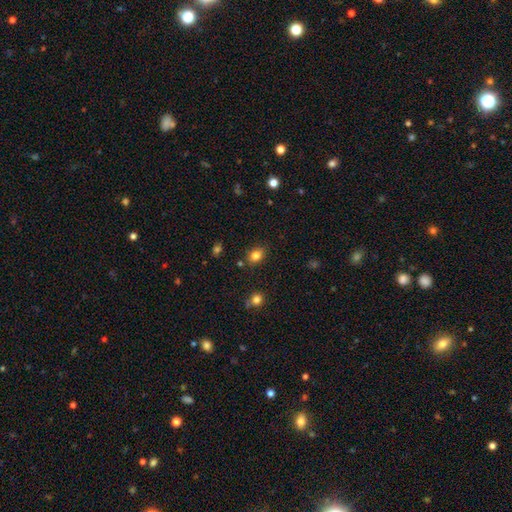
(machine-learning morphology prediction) Smooth or featured? Predicted: smooth (p=0.82). How rounded? Predicted: in between (p=0.65). Merging? Predicted: none (p=0.80).